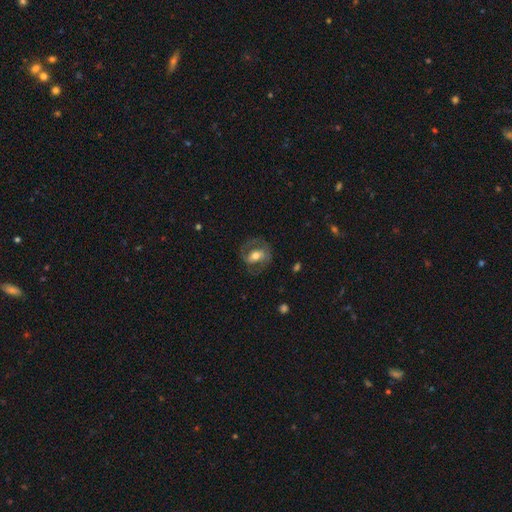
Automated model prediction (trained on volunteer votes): featured or disk 63%, smooth 31%, star or artifact 7%. Down the decision tree: edge-on disk — no (95%); bar — no (37%); spiral arms — yes (67%); bulge size — moderate (67%); merging — none (67%).